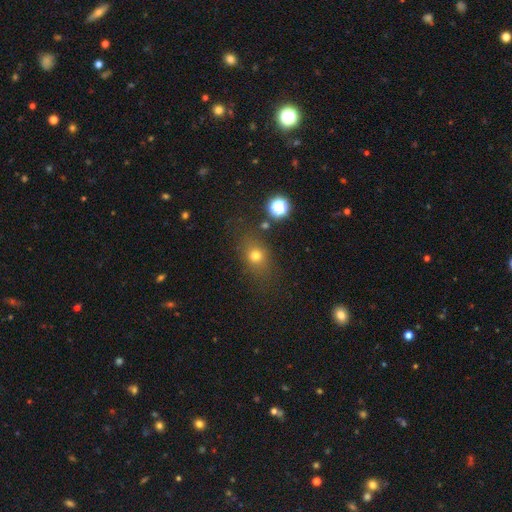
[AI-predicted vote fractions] A smooth galaxy with no disk features (71%) that is round (56%). Merging: none (75%).